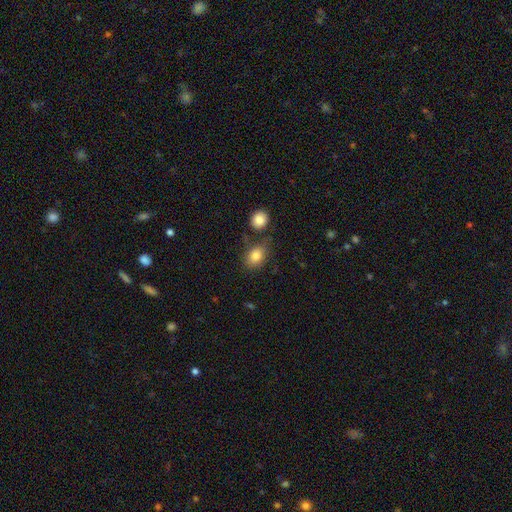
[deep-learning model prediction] smooth 82%, star or artifact 9%, featured or disk 8%. Down the decision tree: how rounded — in between (69%); merging — none (67%).